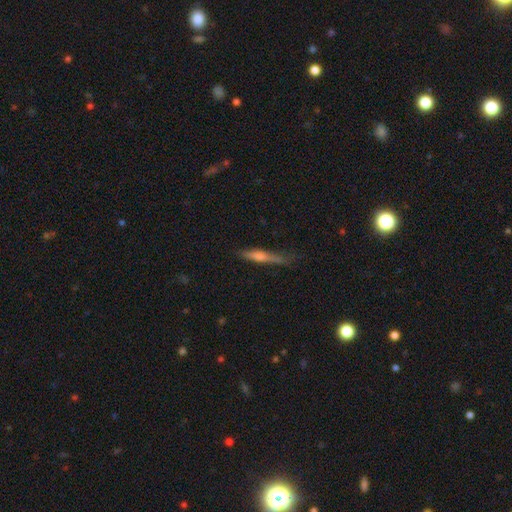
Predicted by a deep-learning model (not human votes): smooth_or_featured: featured or disk (p=0.52) [alt: smooth p=0.39]
disk_edge_on: yes (p=0.94) [alt: no p=0.06]
merging: none (p=0.67) [alt: minor disturbance p=0.24]